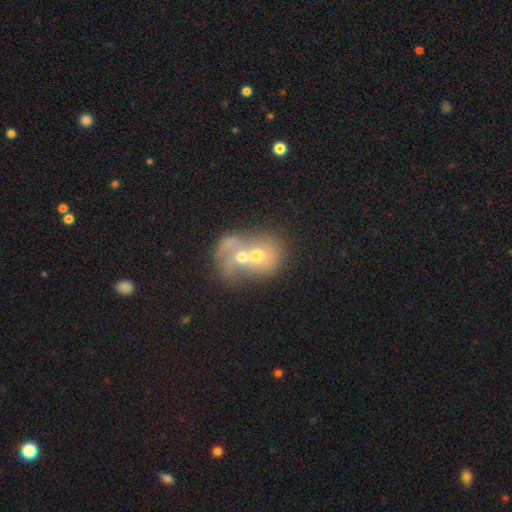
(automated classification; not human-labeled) Smooth or featured? featured or disk (47%)
Merging? merger (79%)